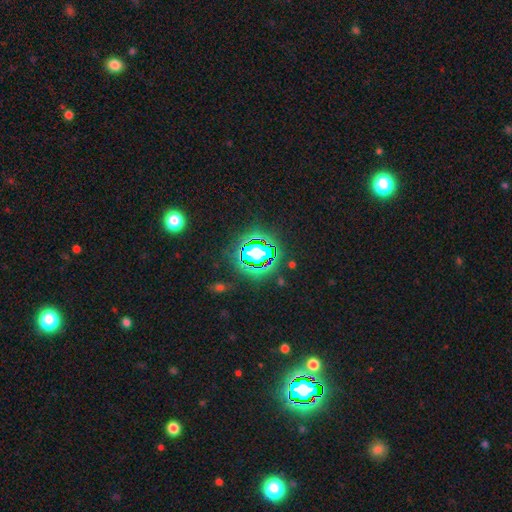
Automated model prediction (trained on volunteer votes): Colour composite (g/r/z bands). It shows a star or artifact, not a galaxy (82%).